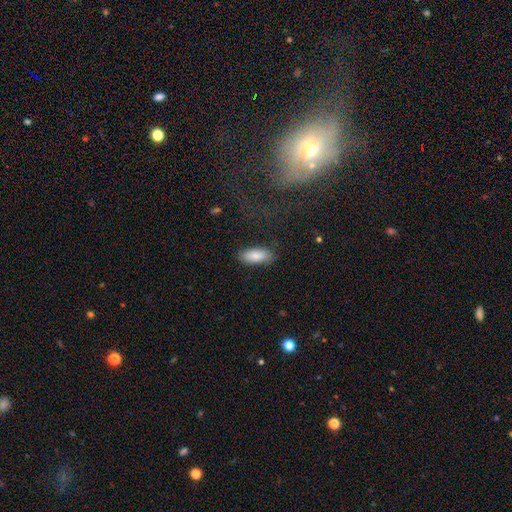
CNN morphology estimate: Q: Smooth or featured?
A: smooth (85%); runner-up: featured or disk (9%)
Q: How rounded?
A: in between (83%); runner-up: cigar-shaped (15%)
Q: Merging?
A: none (84%); runner-up: minor disturbance (12%)